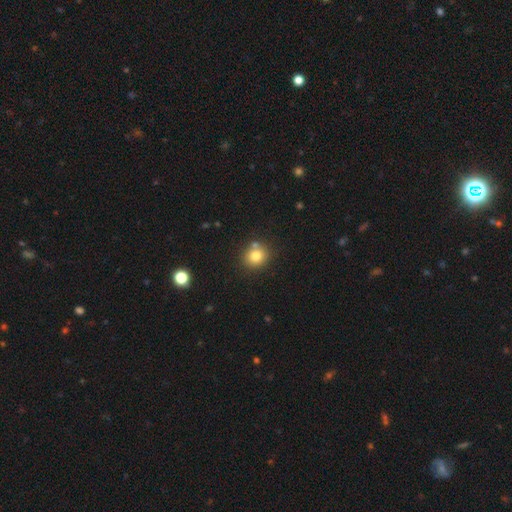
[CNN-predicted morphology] smooth 78%, star or artifact 12%, featured or disk 10%. Down the decision tree: how rounded — round (84%); merging — none (73%).